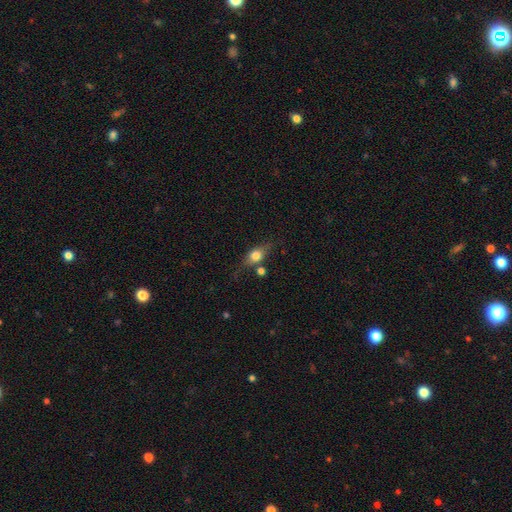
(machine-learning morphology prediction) This appears to be a smooth galaxy with no disk features (64%) that is in between round and cigar-shaped (60%). Merging: none (59%).